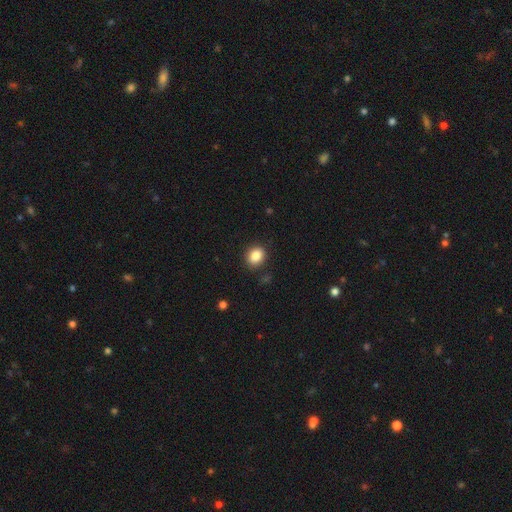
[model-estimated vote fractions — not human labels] Smooth or featured? smooth (86%)
How rounded? round (55%)
Merging? none (87%)